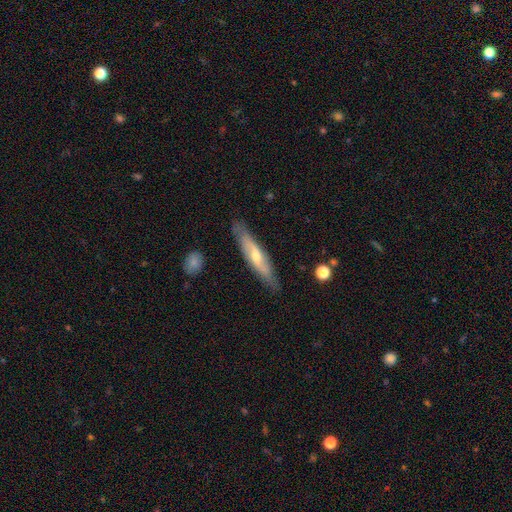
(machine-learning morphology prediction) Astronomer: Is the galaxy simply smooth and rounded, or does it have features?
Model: featured or disk — 57% (runner-up: smooth, 37%).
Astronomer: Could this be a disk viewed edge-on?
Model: yes — 59% (runner-up: no, 41%).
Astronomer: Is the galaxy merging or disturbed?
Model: none — 83%.